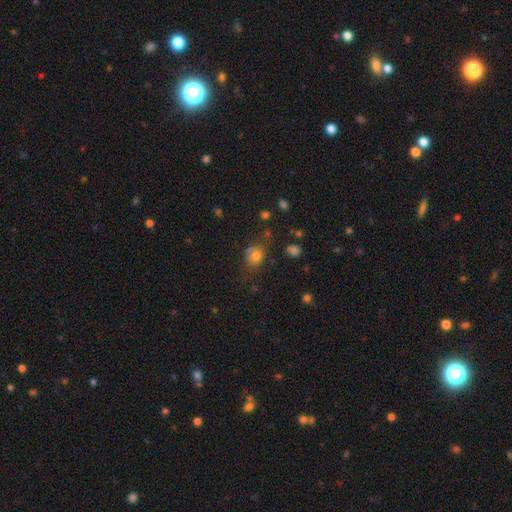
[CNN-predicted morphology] smooth-or-featured: smooth: 74% | star or artifact: 14% | featured or disk: 12%
  how-rounded: round: 63% | in between: 36% | cigar-shaped: 1%
  merging: none: 52% | minor disturbance: 25% | major disturbance: 13% | merger: 10%